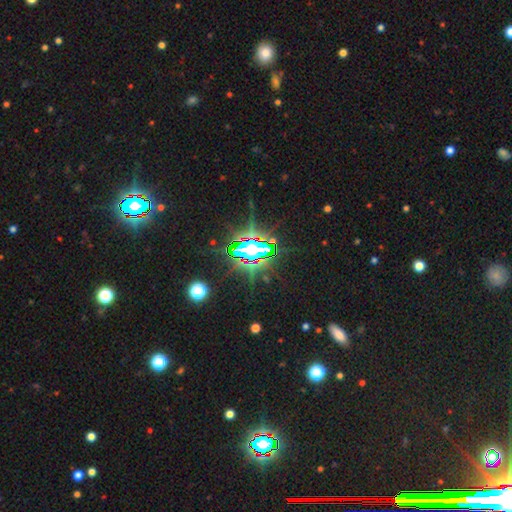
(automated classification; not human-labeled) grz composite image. It shows a star or artifact, not a galaxy (81%).